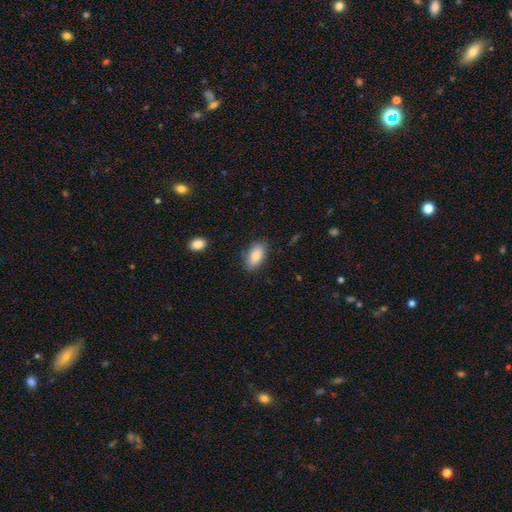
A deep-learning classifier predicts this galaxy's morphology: Smooth or featured: smooth — 83% (featured or disk — 10%)
How rounded: in between — 92% (round — 5%)
Merging: none — 81% (minor disturbance — 14%)